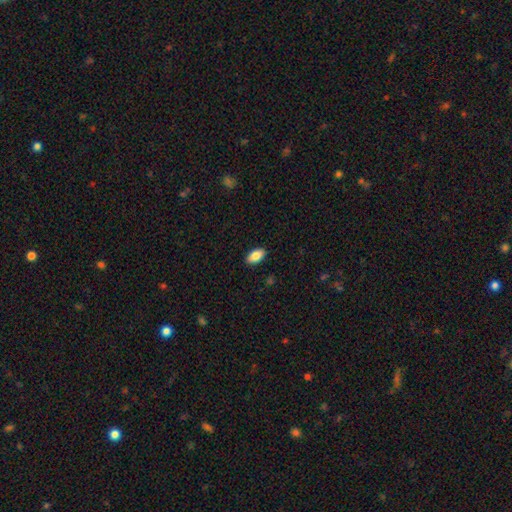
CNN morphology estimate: A smooth galaxy with no disk features (86%) that is in between round and cigar-shaped (93%).

Vote fractions:
- Smooth or featured? smooth: 86% / featured or disk: 7% / star or artifact: 7%
- How rounded? in between: 93% / round: 4% / cigar-shaped: 3%
- Merging? none: 89% / minor disturbance: 8% / major disturbance: 2% / merger: 1%